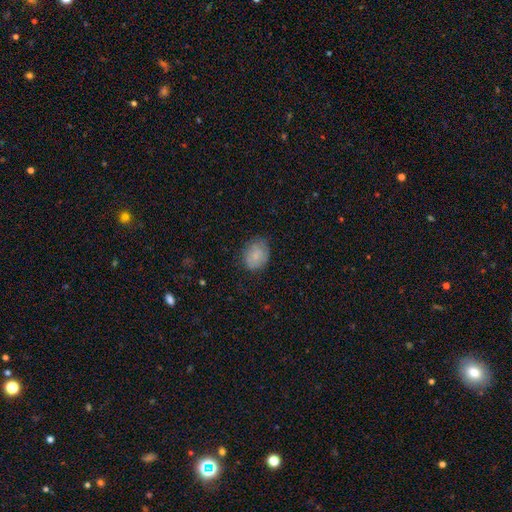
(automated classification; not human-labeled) Smooth or featured: smooth — 79% (featured or disk — 13%)
How rounded: in between — 66% (round — 33%)
Merging: none — 73% (minor disturbance — 21%)